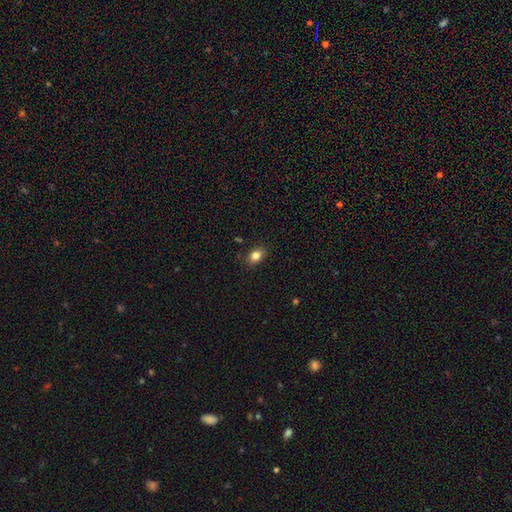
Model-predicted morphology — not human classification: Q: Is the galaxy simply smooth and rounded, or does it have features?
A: smooth — 84%.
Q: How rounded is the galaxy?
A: in between — 74%.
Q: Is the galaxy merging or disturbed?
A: none — 86%.